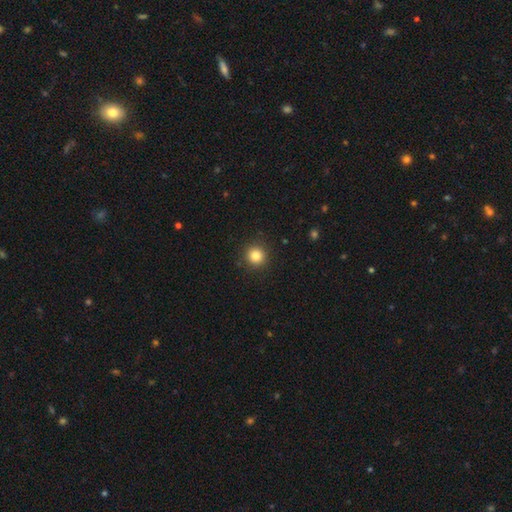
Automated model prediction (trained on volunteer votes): Smooth or featured? smooth (83%)
How rounded? round (94%)
Merging? none (91%)